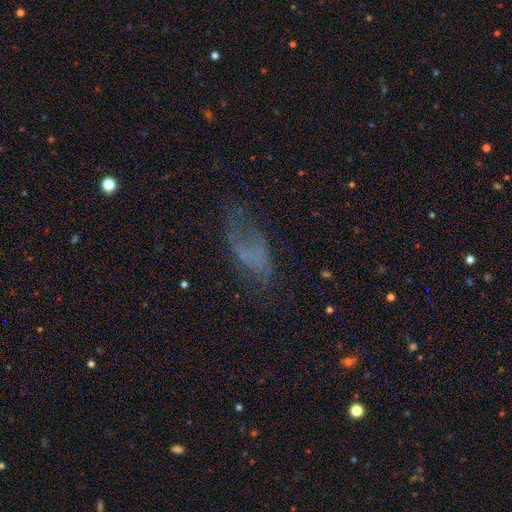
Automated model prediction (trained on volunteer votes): Overall: featured or disk (41%; smooth 37%). Merging: none (45%; major disturbance 28%).